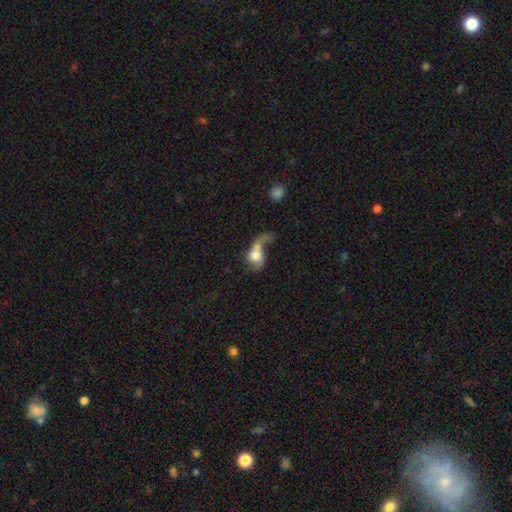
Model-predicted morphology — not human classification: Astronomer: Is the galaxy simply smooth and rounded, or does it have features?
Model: smooth — 48% (runner-up: featured or disk, 43%).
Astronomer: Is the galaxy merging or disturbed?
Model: merger — 38%, tied with major disturbance at 38%.